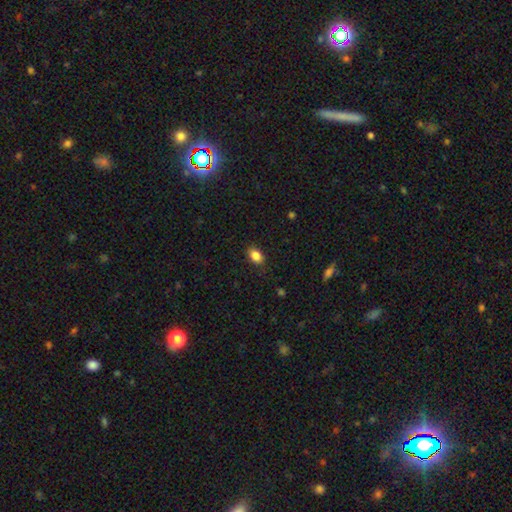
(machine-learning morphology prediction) smooth 86%, star or artifact 9%, featured or disk 5%. Down the decision tree: how rounded — in between (83%); merging — none (85%).